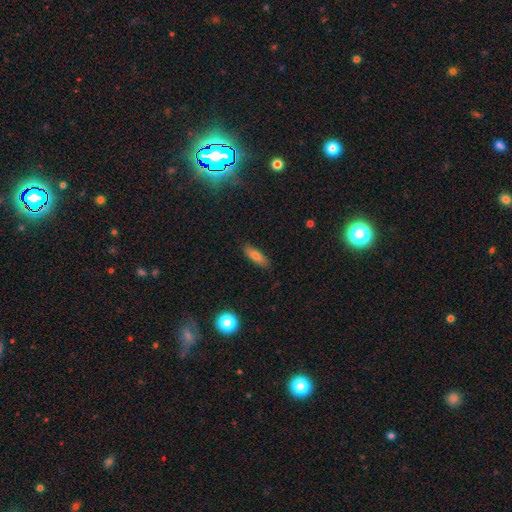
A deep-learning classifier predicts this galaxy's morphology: Smooth or featured? smooth (77%)
How rounded? in between (50%)
Merging? none (86%)